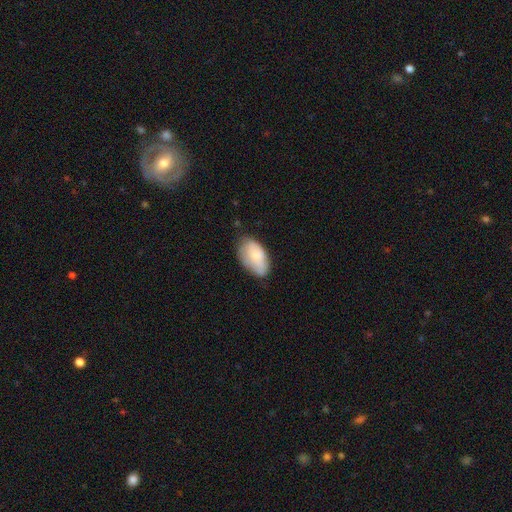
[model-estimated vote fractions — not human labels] smooth 75%, featured or disk 18%, star or artifact 6%. Down the decision tree: how rounded — in between (94%); merging — none (62%).